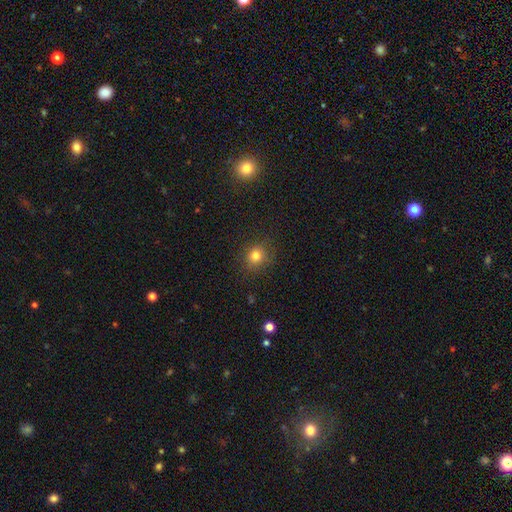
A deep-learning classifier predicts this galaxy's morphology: smooth-or-featured: smooth: 79% | star or artifact: 14% | featured or disk: 6%
  how-rounded: round: 80% | in between: 19% | cigar-shaped: 1%
  merging: none: 85% | minor disturbance: 10% | major disturbance: 4% | merger: 1%